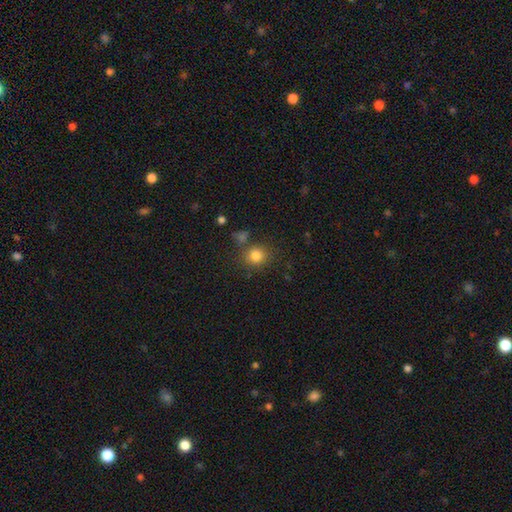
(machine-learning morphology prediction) smooth-or-featured: smooth: 81% | star or artifact: 13% | featured or disk: 6%
  how-rounded: round: 84% | in between: 15% | cigar-shaped: 1%
  merging: none: 75% | minor disturbance: 11% | merger: 10% | major disturbance: 4%